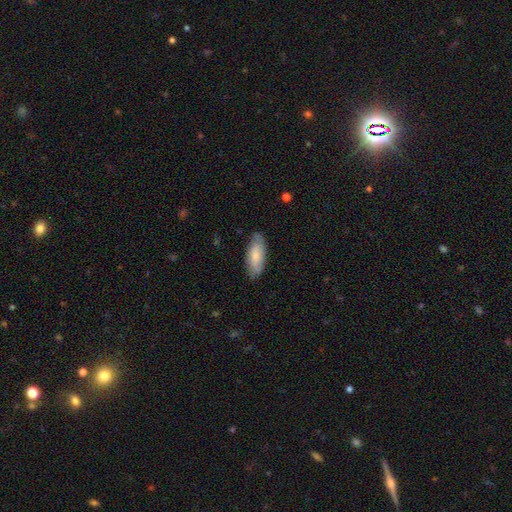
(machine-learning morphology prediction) A smooth galaxy with no disk features (72%) that is in between round and cigar-shaped (78%). Merging: none (79%).